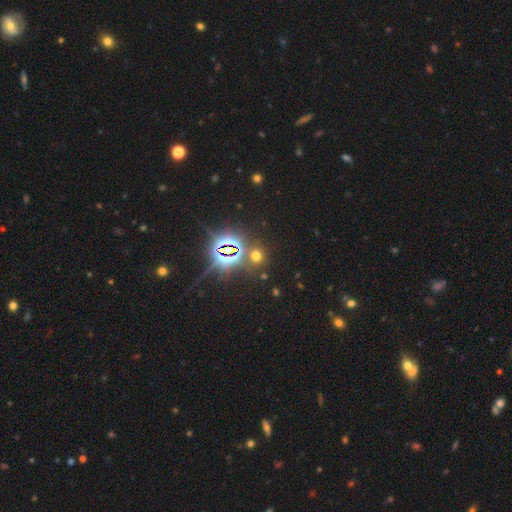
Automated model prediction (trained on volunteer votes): smooth-or-featured: star or artifact: 51% | smooth: 42% | featured or disk: 7%